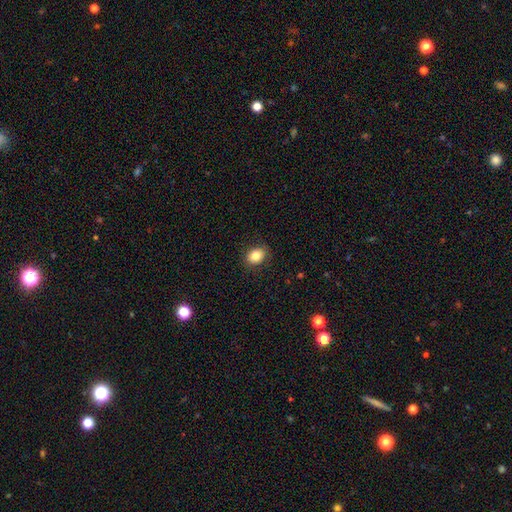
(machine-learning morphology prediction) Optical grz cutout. It shows a smooth galaxy with no disk features (83%) that is in between round and cigar-shaped (61%). Merging: none (86%).